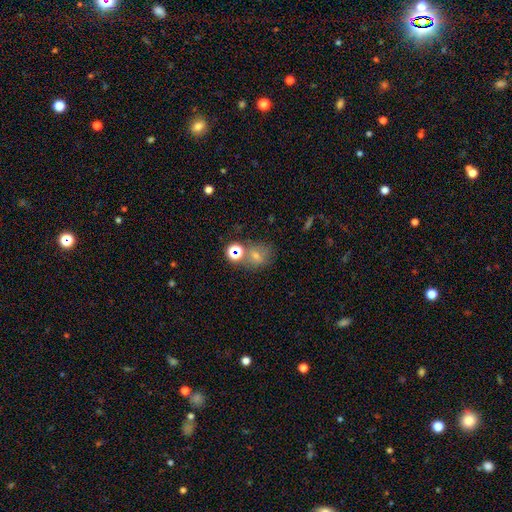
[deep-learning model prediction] Smooth or featured?
  - smooth: 43% *
  - star or artifact: 40%
  - featured or disk: 17%
Merging?
  - none: 67% *
  - merger: 14%
  - minor disturbance: 13%
  - major disturbance: 6%